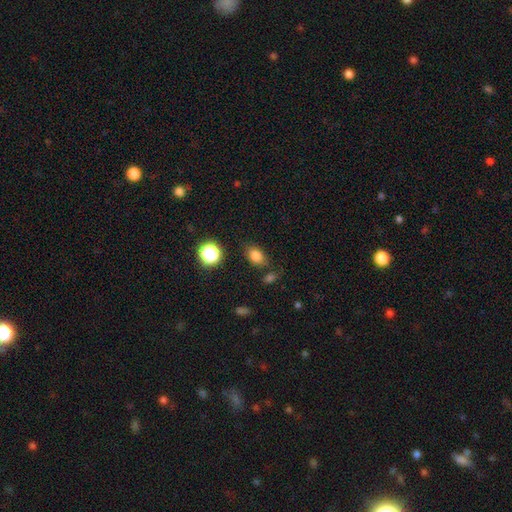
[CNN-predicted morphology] smooth 80%, star or artifact 14%, featured or disk 7%. Down the decision tree: how rounded — in between (74%); merging — none (75%).